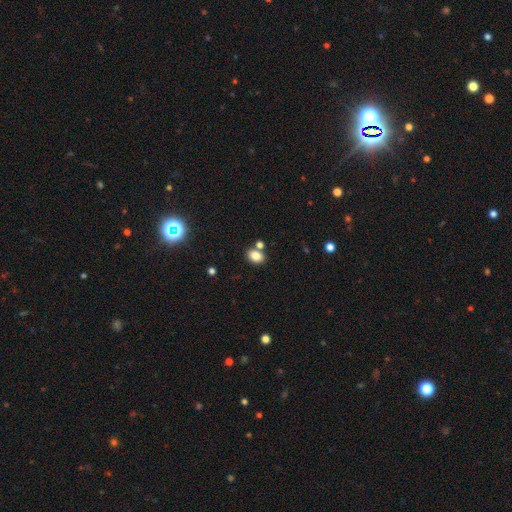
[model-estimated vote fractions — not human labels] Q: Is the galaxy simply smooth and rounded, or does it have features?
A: smooth — 81%.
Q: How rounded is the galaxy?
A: in between — 71%.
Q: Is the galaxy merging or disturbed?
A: none — 68%.